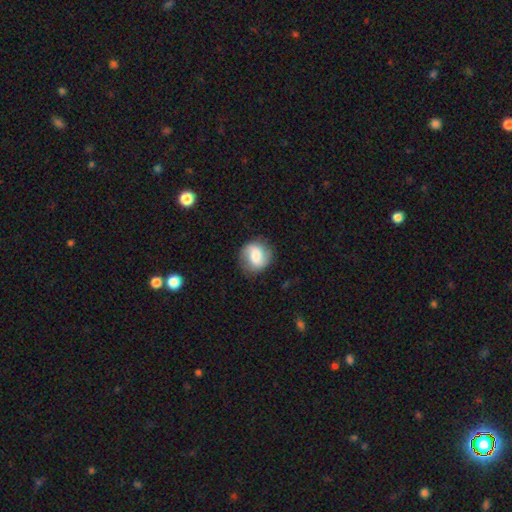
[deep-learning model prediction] Morphology: type=smooth (54%); roundness=round (79%); merging=none (80%).